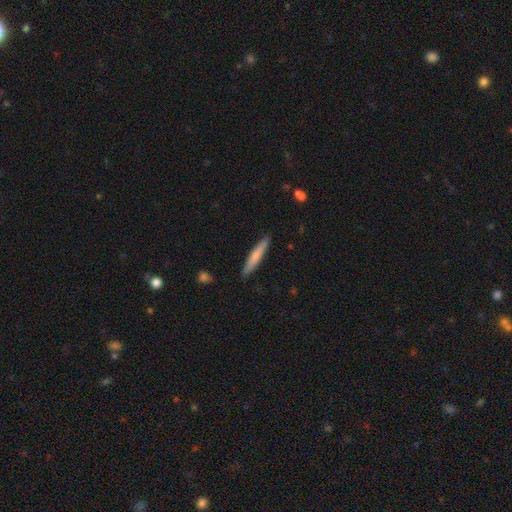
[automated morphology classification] Smooth or featured: smooth — 70% (featured or disk — 25%)
How rounded: cigar-shaped — 93% (in between — 6%)
Merging: none — 89% (minor disturbance — 8%)